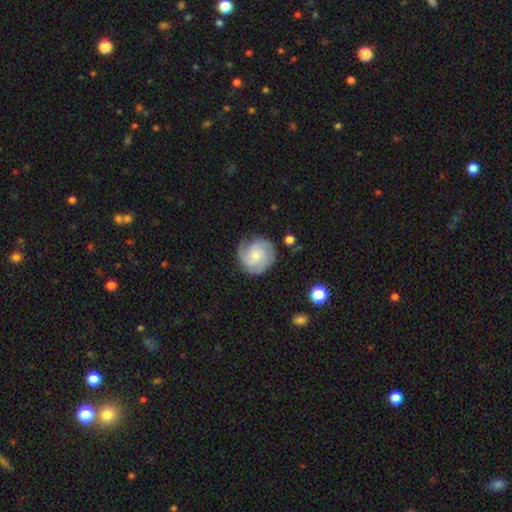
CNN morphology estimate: Smooth or featured? Predicted: featured or disk (p=0.67). Edge-on disk? Predicted: no (p=0.98). Bar? Predicted: no (p=0.70). Spiral arms? Predicted: yes (p=0.93). Spiral winding? Predicted: tight (p=0.52). Spiral arm count? Predicted: 3 (p=0.30). Bulge size? Predicted: small (p=0.62). Merging? Predicted: none (p=0.71).